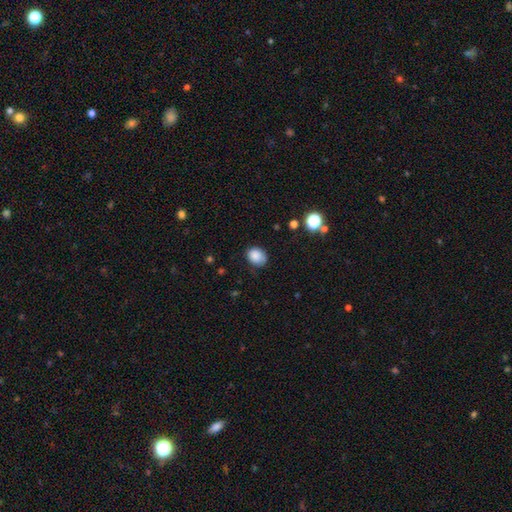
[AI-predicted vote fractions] Q: Smooth or featured?
A: smooth (84%); runner-up: star or artifact (9%)
Q: How rounded?
A: in between (53%); runner-up: round (46%)
Q: Merging?
A: none (68%); runner-up: minor disturbance (25%)